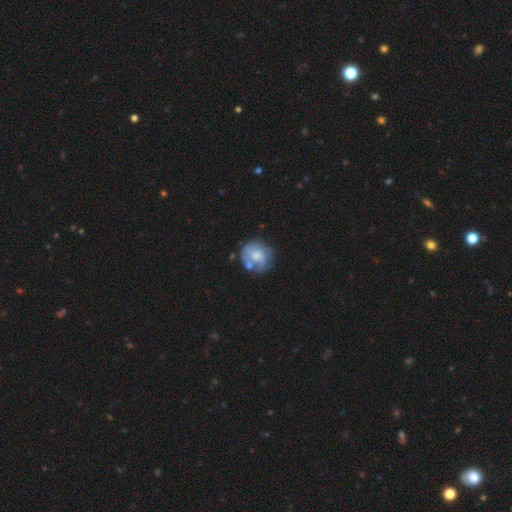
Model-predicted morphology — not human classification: Smooth or featured? Predicted: featured or disk (p=0.56). Edge-on disk? Predicted: no (p=0.98). Bar? Predicted: no (p=0.75). Spiral arms? Predicted: yes (p=0.67). Bulge size? Predicted: moderate (p=0.51). Merging? Predicted: none (p=0.58).